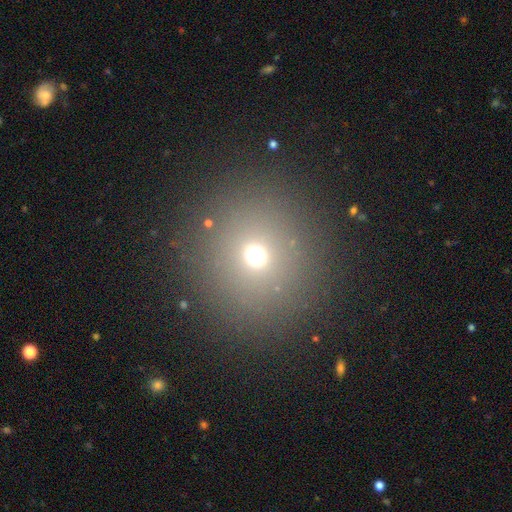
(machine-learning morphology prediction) smooth-or-featured: smooth: 65% | star or artifact: 27% | featured or disk: 9%
  how-rounded: round: 86% | in between: 13% | cigar-shaped: 1%
  merging: none: 84% | minor disturbance: 8% | major disturbance: 5% | merger: 3%